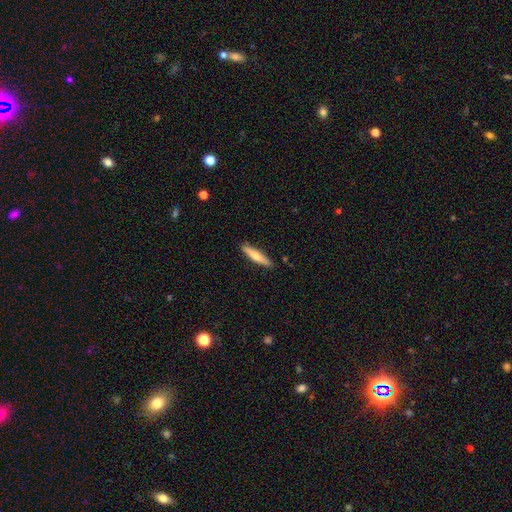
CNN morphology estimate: A smooth galaxy with no disk features (61%) that is cigar-shaped (88%).

Vote fractions:
- Smooth or featured? smooth: 61% / featured or disk: 33% / star or artifact: 6%
- How rounded? cigar-shaped: 88% / in between: 11% / round: 1%
- Merging? none: 88% / minor disturbance: 9% / major disturbance: 2% / merger: 1%